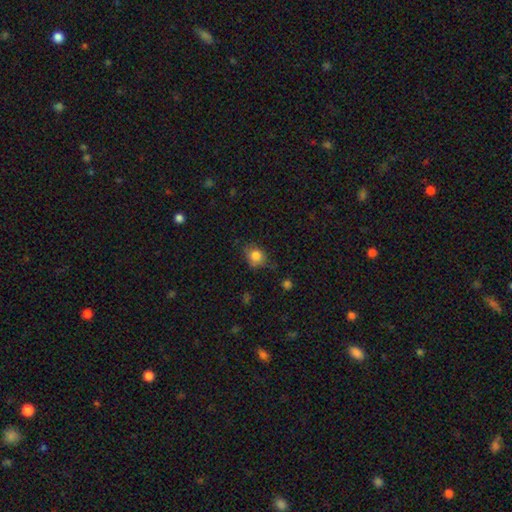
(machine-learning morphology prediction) Smooth or featured?
  - smooth: 83% *
  - star or artifact: 10%
  - featured or disk: 7%
How rounded?
  - round: 59% *
  - in between: 40%
  - cigar-shaped: 1%
Merging?
  - none: 67% *
  - minor disturbance: 25%
  - major disturbance: 6%
  - merger: 2%